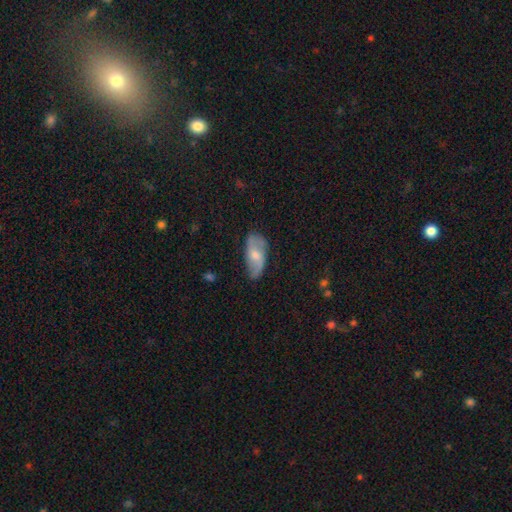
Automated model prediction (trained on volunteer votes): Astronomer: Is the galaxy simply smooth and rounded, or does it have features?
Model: smooth — 47% (runner-up: featured or disk, 46%).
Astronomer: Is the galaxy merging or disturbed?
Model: none — 66%.